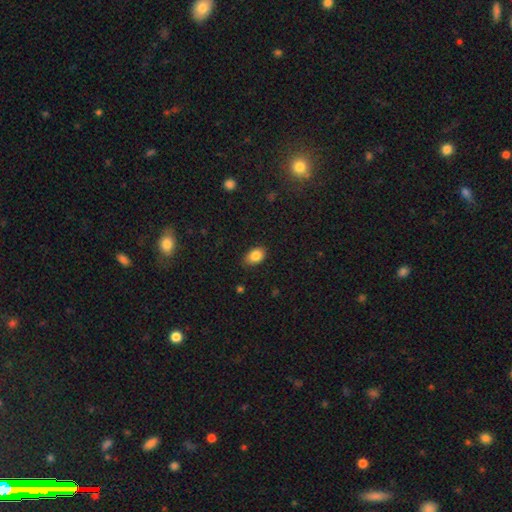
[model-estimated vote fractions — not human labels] This appears to be a smooth galaxy with no disk features (86%) that is in between round and cigar-shaped (82%). Merging: none (82%).